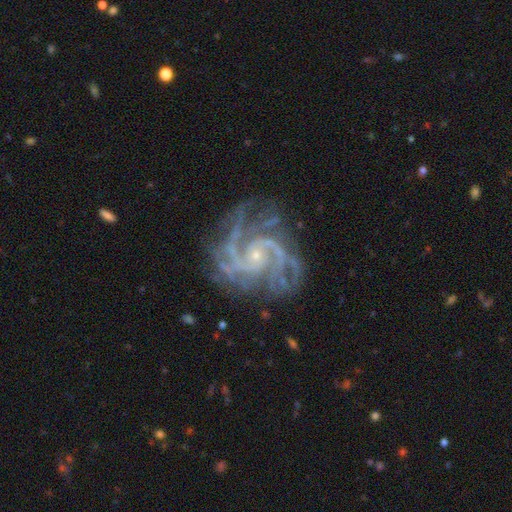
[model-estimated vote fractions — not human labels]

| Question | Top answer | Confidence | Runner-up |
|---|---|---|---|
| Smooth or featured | featured or disk | 92% | star or artifact (6%) |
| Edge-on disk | no | 98% | yes (2%) |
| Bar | no | 65% | weak (26%) |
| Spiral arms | yes | 99% | no (1%) |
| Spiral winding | tight | 47% | medium (46%) |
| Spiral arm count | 2 | 31% | 3 (24%) |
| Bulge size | small | 84% | moderate (11%) |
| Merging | none | 71% | minor disturbance (17%) |